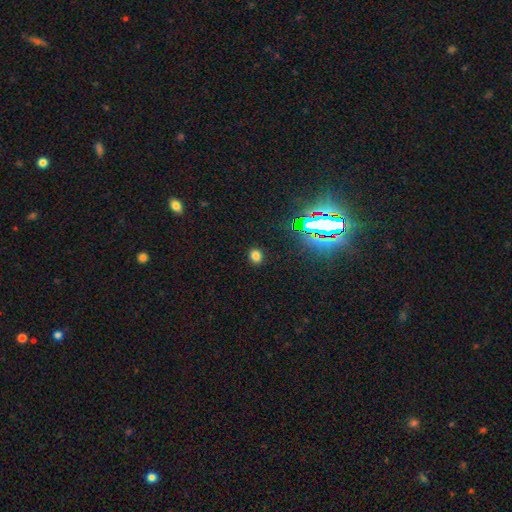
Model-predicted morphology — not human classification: Smooth or featured?
  - smooth: 73% *
  - star or artifact: 22%
  - featured or disk: 5%
How rounded?
  - round: 61% *
  - in between: 38%
  - cigar-shaped: 1%
Merging?
  - none: 89% *
  - minor disturbance: 7%
  - major disturbance: 3%
  - merger: 1%